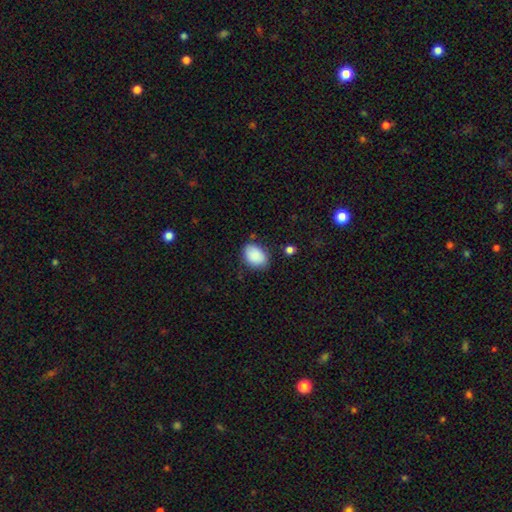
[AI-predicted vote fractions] Q: Smooth or featured?
A: smooth (89%); runner-up: star or artifact (7%)
Q: How rounded?
A: in between (80%); runner-up: round (19%)
Q: Merging?
A: none (77%); runner-up: minor disturbance (17%)